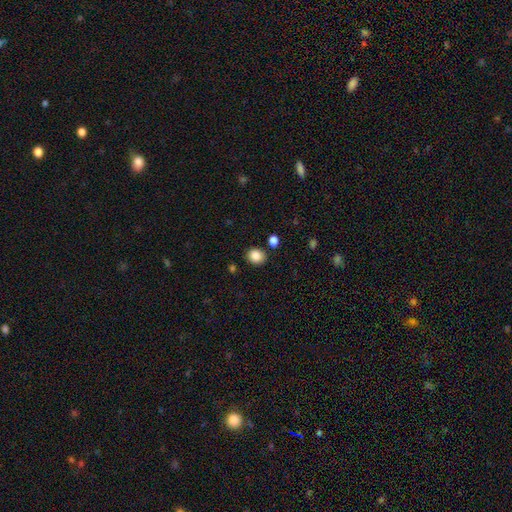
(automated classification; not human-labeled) smooth-or-featured: smooth: 87% | star or artifact: 9% | featured or disk: 4%
  how-rounded: round: 66% | in between: 34% | cigar-shaped: 1%
  merging: none: 85% | minor disturbance: 8% | merger: 4% | major disturbance: 2%